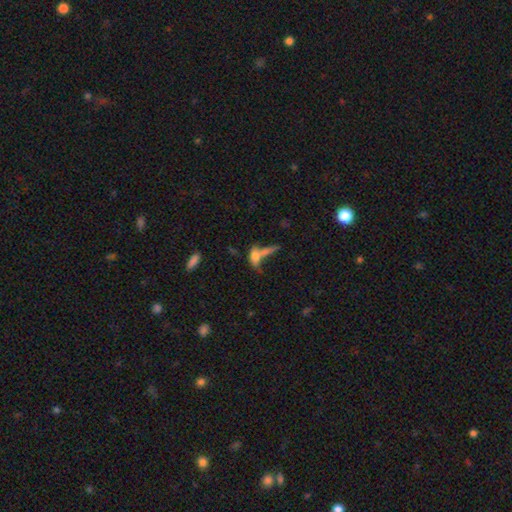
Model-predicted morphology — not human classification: Q: Smooth or featured?
A: smooth (60%); runner-up: featured or disk (27%)
Q: How rounded?
A: in between (60%); runner-up: cigar-shaped (32%)
Q: Merging?
A: merger (45%); runner-up: none (29%)